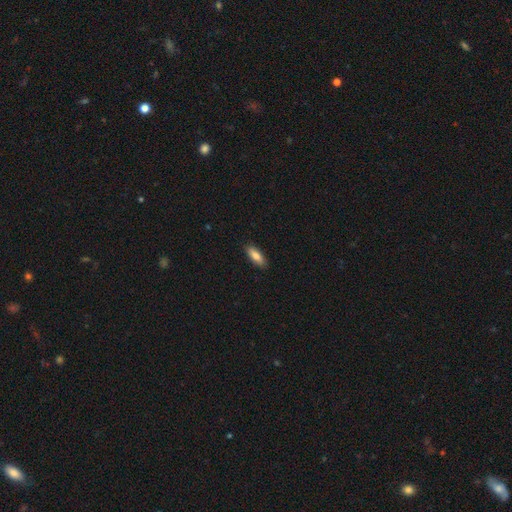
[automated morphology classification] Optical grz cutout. It shows a smooth galaxy with no disk features (79%) that is in between round and cigar-shaped (65%). Merging: none (88%).